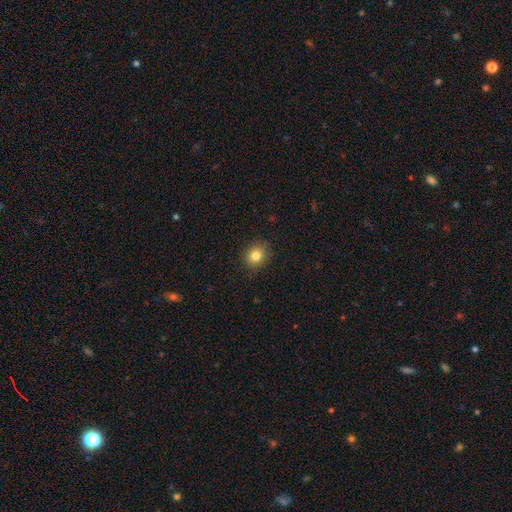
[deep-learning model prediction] smooth-or-featured: smooth: 82% | star or artifact: 11% | featured or disk: 7%
  how-rounded: round: 72% | in between: 27% | cigar-shaped: 1%
  merging: none: 88% | minor disturbance: 9% | major disturbance: 2% | merger: 1%